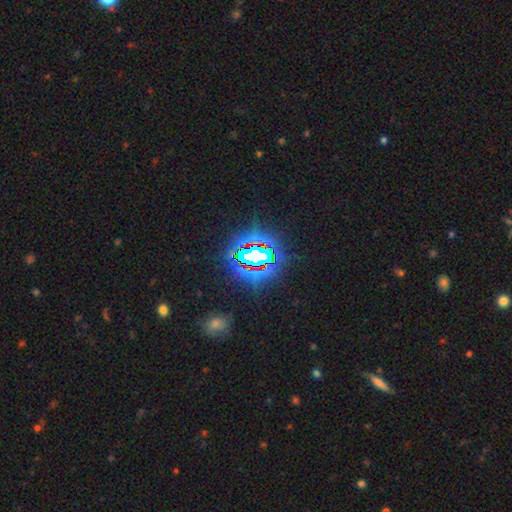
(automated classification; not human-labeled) star or artifact 78%, smooth 11%, featured or disk 10%.